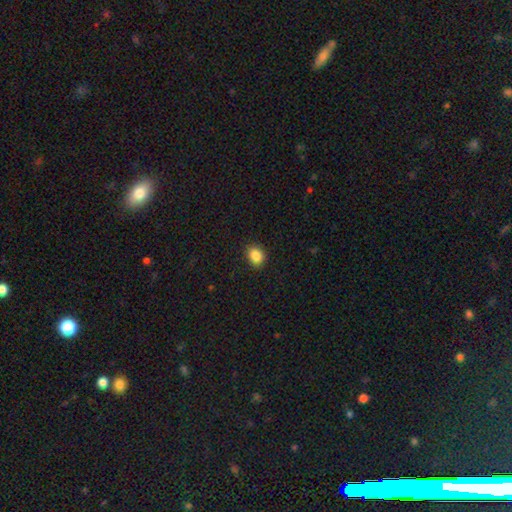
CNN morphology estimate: Overall: smooth (87%). How rounded: in between (60%; round 39%). Merging: none (88%).